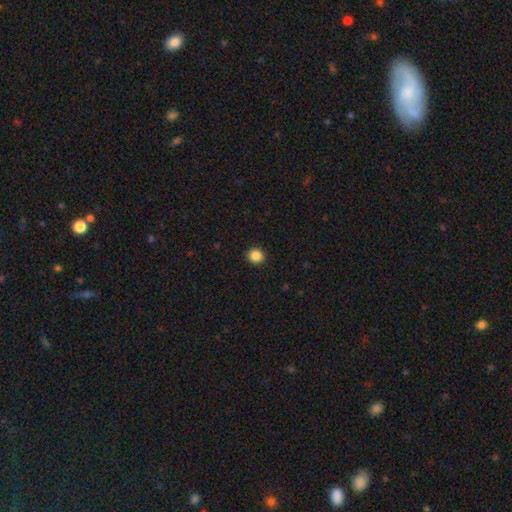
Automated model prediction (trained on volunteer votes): Q: Smooth or featured?
A: smooth (87%); runner-up: star or artifact (10%)
Q: How rounded?
A: round (90%); runner-up: in between (9%)
Q: Merging?
A: none (93%); runner-up: minor disturbance (4%)